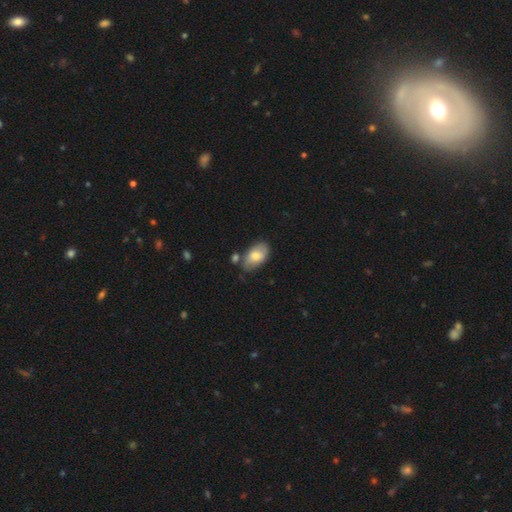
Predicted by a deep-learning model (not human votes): Smooth or featured: smooth — 74% (featured or disk — 20%)
How rounded: in between — 92% (round — 6%)
Merging: none — 61% (minor disturbance — 23%)